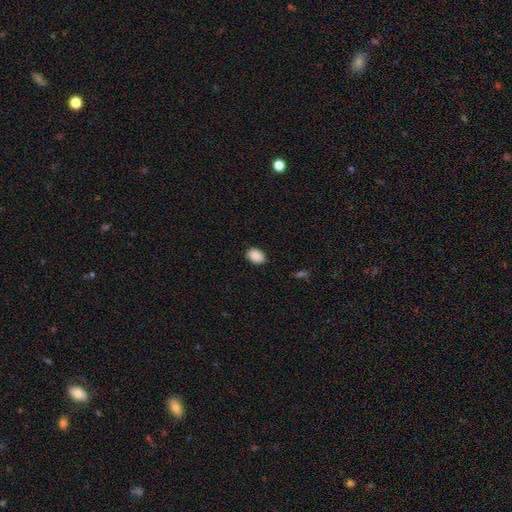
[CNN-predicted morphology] This appears to be a smooth galaxy with no disk features (90%) that is in between round and cigar-shaped (80%). Merging: none (88%).